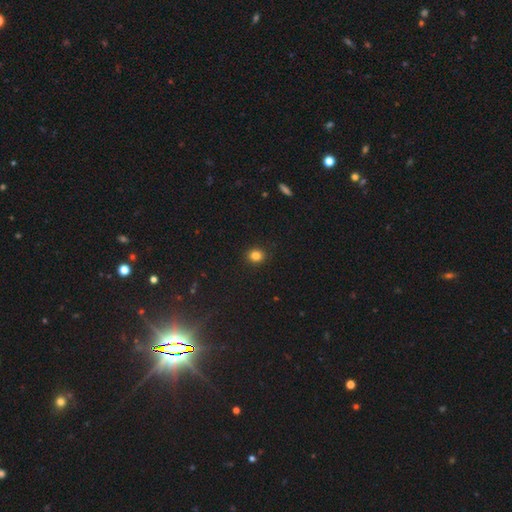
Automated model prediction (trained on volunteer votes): The model was most divided on "how rounded": round: 76%, in between: 23%, cigar-shaped: 1%. More confident: merging — none (91%); smooth or featured — smooth (84%).